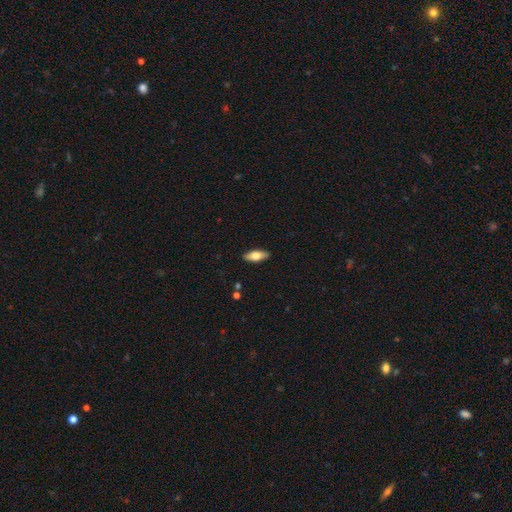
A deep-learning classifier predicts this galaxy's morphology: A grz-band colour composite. It shows a smooth galaxy with no disk features (72%) that is in between round and cigar-shaped (77%). Merging: none (89%).